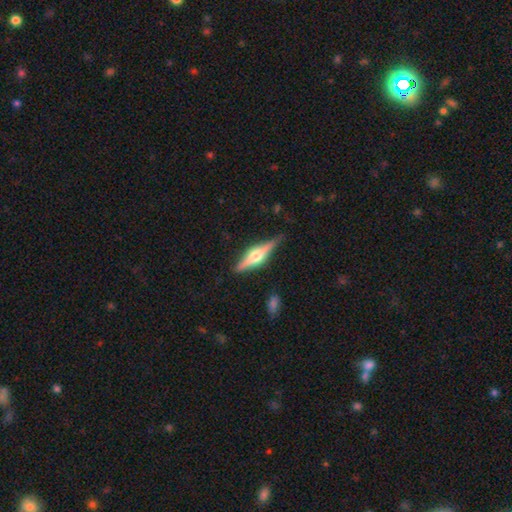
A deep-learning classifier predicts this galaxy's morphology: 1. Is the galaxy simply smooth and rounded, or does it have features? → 74% featured or disk, 20% smooth, 6% star or artifact.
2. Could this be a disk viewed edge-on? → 97% yes, 3% no.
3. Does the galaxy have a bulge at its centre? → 92% rounded, 6% boxy, 2% none.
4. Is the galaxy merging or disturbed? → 85% none, 11% minor disturbance, 3% major disturbance, 2% merger.